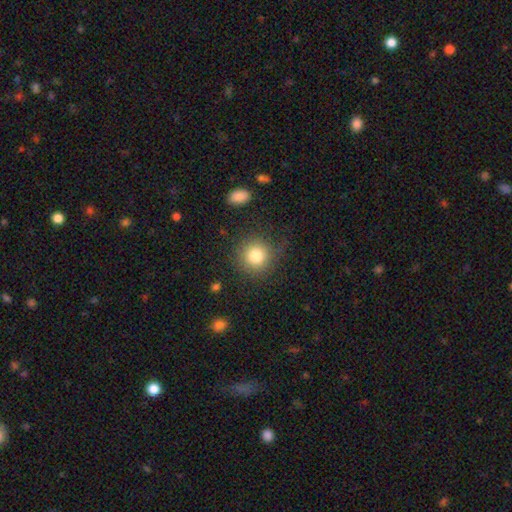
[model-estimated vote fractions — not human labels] Morphology: type=smooth (82%); roundness=round (92%); merging=none (83%).